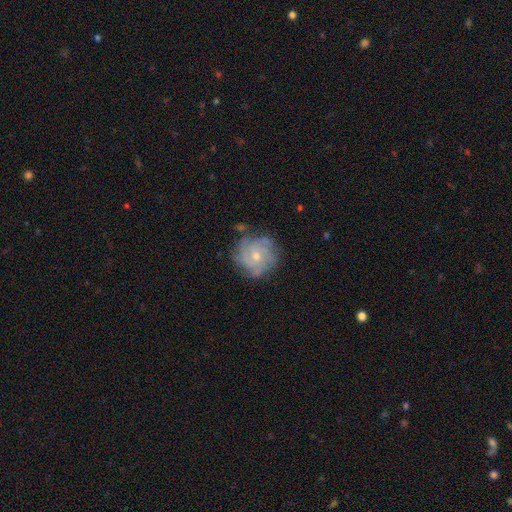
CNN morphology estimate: Smooth or featured?
  - featured or disk: 71% *
  - smooth: 21%
  - star or artifact: 8%
Edge-on disk?
  - no: 98% *
  - yes: 2%
Bar?
  - no: 80% *
  - weak: 17%
  - strong: 2%
Spiral arms?
  - yes: 86% *
  - no: 14%
Spiral winding?
  - tight: 61% *
  - medium: 29%
  - loose: 10%
Spiral arm count?
  - can't tell: 40% *
  - 4: 20%
  - 3: 17%
  - 2: 9%
  - more than 4: 8%
  - 1: 5%
Bulge size?
  - small: 52% *
  - moderate: 45%
  - large: 1%
  - none: 1%
  - dominant: 1%
Merging?
  - none: 73% *
  - minor disturbance: 18%
  - major disturbance: 7%
  - merger: 2%